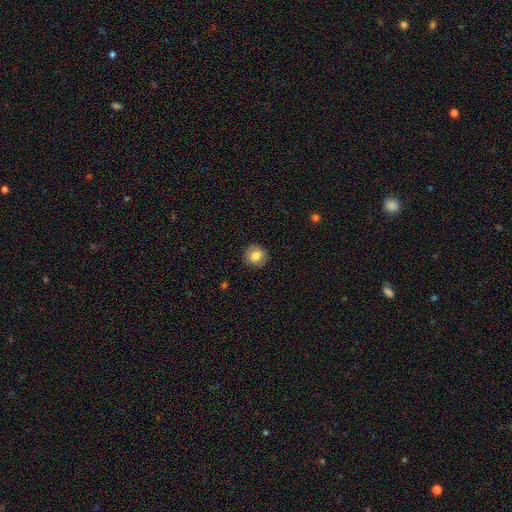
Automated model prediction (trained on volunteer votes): A smooth galaxy with no disk features (77%) that is round (83%). Merging: none (85%).